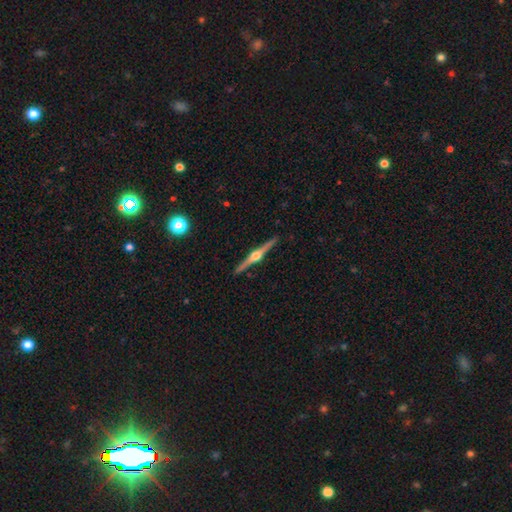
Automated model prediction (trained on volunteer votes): A featured or disk galaxy (87%) viewed edge-on (99%) with a rounded central bulge (97%).

Vote fractions:
- Smooth or featured? featured or disk: 87% / smooth: 8% / star or artifact: 5%
- Edge-on disk? yes: 99% / no: 1%
- Edge-on bulge? rounded: 97% / boxy: 2% / none: 1%
- Merging? none: 92% / minor disturbance: 5% / major disturbance: 1% / merger: 1%